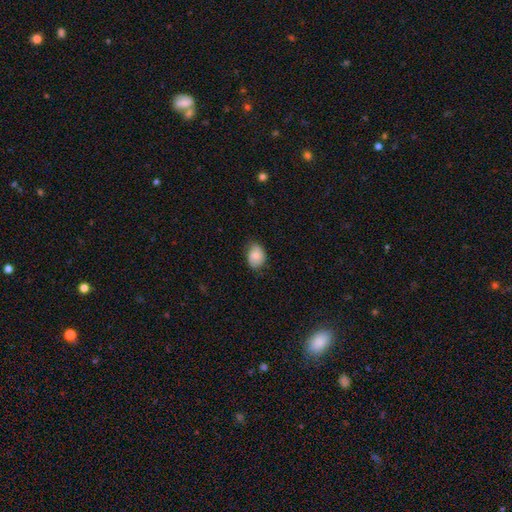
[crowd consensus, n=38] A smooth galaxy with no disk features (79%) that is in between round and cigar-shaped (70%).

Vote fractions:
- Smooth or featured? smooth: 79% / featured or disk: 13% / star or artifact: 8%
- How rounded? in between: 70% / round: 30% / cigar-shaped: 0%
- Merging? none: 77% / minor disturbance: 20% / major disturbance: 3% / merger: 0%